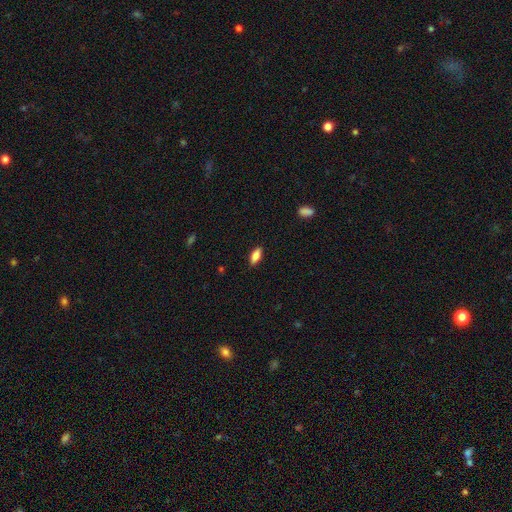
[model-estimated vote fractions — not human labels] Morphology: type=smooth (82%); roundness=in between (78%); merging=none (87%).